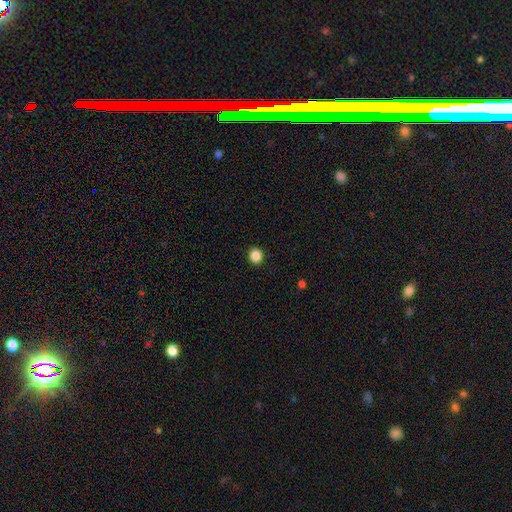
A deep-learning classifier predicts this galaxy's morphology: Smooth or featured? Predicted: smooth (p=0.87). How rounded? Predicted: round (p=0.82). Merging? Predicted: none (p=0.92).